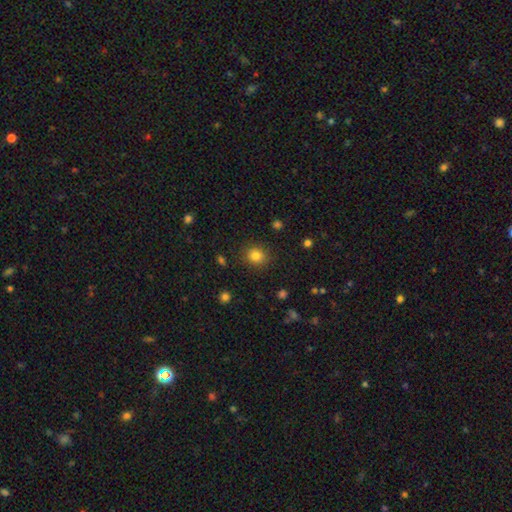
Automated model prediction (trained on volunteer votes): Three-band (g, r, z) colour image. It shows a smooth galaxy with no disk features (83%) that is round (77%). Merging: none (87%).